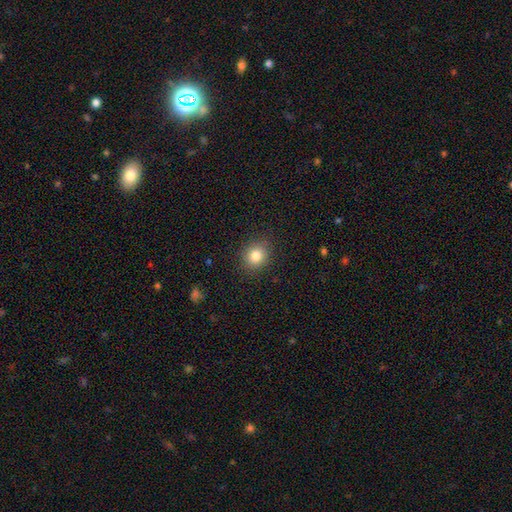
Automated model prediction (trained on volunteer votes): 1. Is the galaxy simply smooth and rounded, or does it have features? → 82% smooth, 11% star or artifact, 7% featured or disk.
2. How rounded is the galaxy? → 75% round, 24% in between, 1% cigar-shaped.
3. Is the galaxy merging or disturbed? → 88% none, 8% minor disturbance, 3% major disturbance, 1% merger.